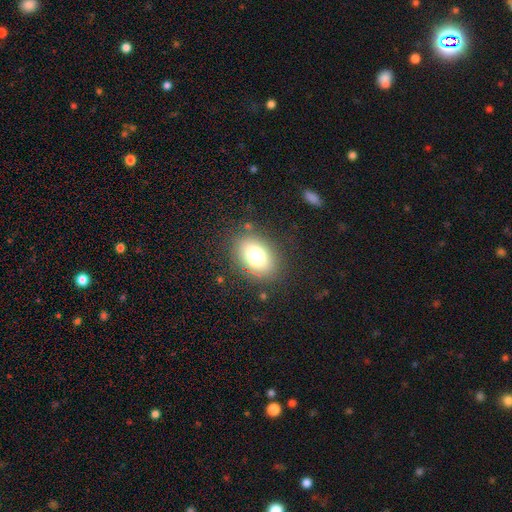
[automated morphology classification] Overall: smooth (78%). How rounded: in between (76%). Merging: none (85%).